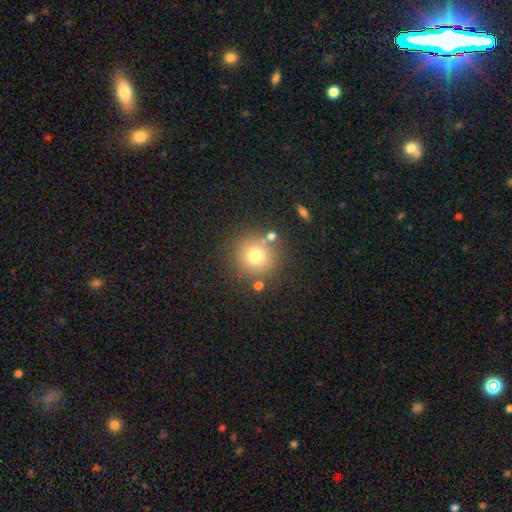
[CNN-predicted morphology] Smooth or featured: smooth — 72% (star or artifact — 14%)
How rounded: round — 93% (in between — 6%)
Merging: none — 78% (minor disturbance — 10%)